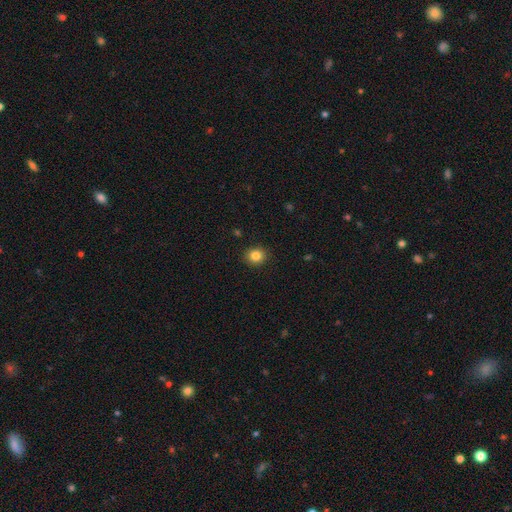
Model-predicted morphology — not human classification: Smooth or featured? smooth (84%)
How rounded? round (77%)
Merging? none (91%)